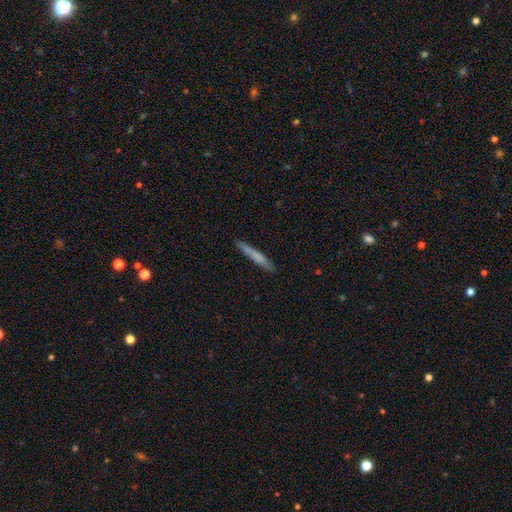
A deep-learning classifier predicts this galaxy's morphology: The model was most divided on "smooth or featured": smooth: 67%, featured or disk: 28%, star or artifact: 6%. More confident: how rounded — cigar-shaped (96%); merging — none (88%).